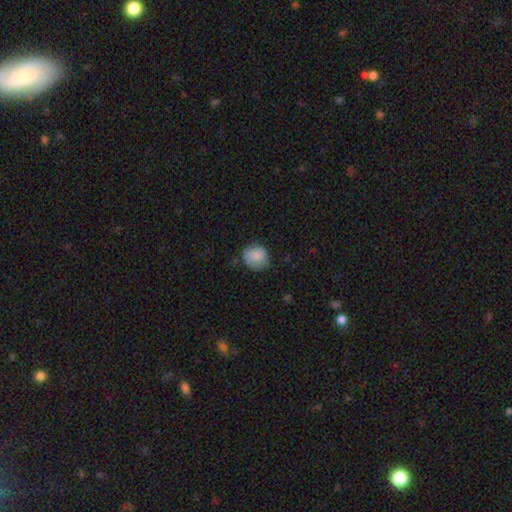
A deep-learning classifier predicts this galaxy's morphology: Overall: smooth (83%). How rounded: round (81%). Merging: none (73%).